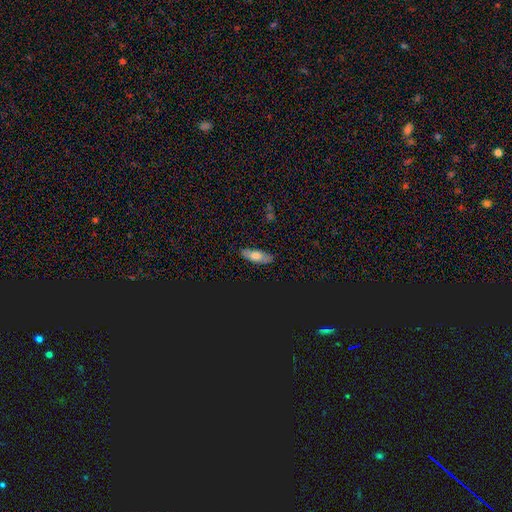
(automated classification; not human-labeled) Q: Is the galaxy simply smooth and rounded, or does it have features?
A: smooth — 66%.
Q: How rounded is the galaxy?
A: in between — 73%.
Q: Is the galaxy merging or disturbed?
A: none — 83%.